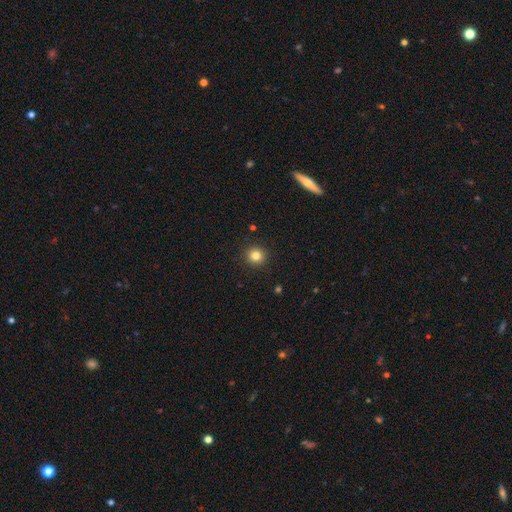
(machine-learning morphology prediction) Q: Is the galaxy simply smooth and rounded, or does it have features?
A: smooth — 82%.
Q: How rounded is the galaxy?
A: round — 93%.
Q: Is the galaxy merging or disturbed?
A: none — 92%.